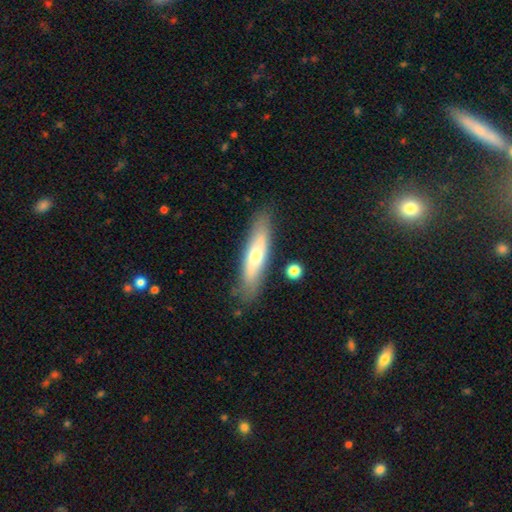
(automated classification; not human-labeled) Smooth or featured? smooth (52%)
How rounded? cigar-shaped (70%)
Merging? none (83%)